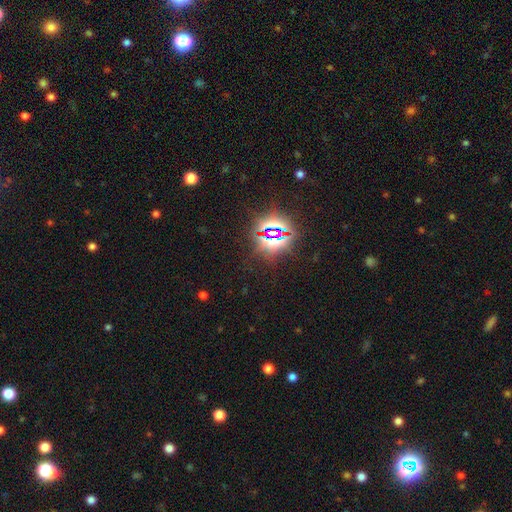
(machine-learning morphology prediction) Smooth or featured?
  - star or artifact: 81% *
  - smooth: 12%
  - featured or disk: 7%